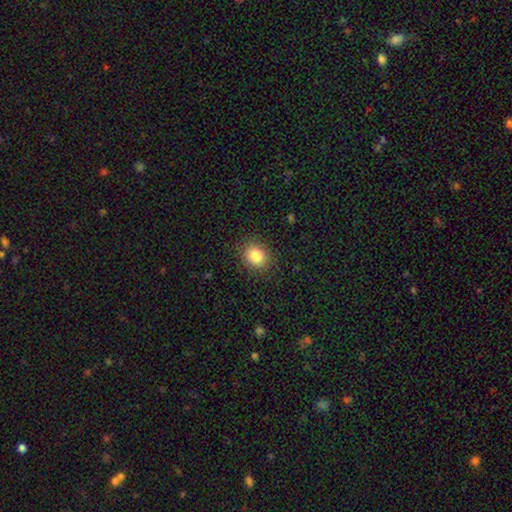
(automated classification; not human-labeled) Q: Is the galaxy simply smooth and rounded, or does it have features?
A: smooth — 84%.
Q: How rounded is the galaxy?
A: round — 70%.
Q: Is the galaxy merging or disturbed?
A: none — 88%.